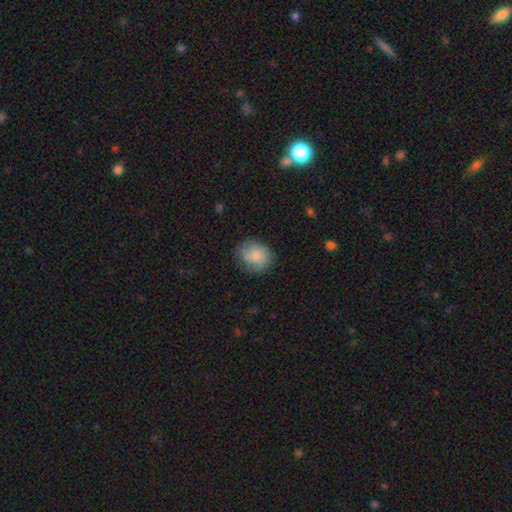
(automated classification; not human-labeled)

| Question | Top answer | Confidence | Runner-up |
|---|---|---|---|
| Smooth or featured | smooth | 58% | featured or disk (34%) |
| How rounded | round | 71% | in between (28%) |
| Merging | none | 73% | minor disturbance (19%) |